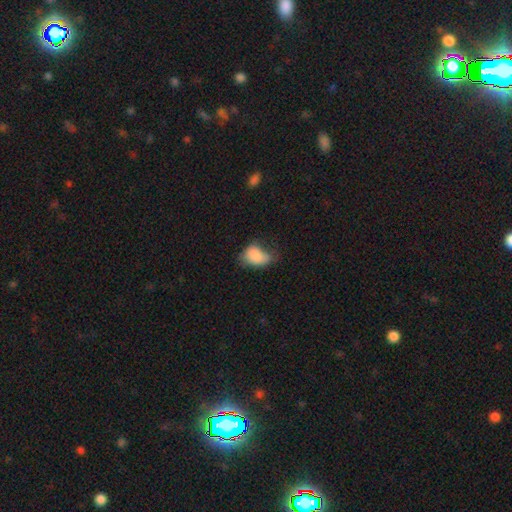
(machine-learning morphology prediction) Smooth or featured?
  - smooth: 82% *
  - featured or disk: 10%
  - star or artifact: 8%
How rounded?
  - in between: 84% *
  - round: 15%
  - cigar-shaped: 1%
Merging?
  - minor disturbance: 41% *
  - none: 32%
  - major disturbance: 24%
  - merger: 3%